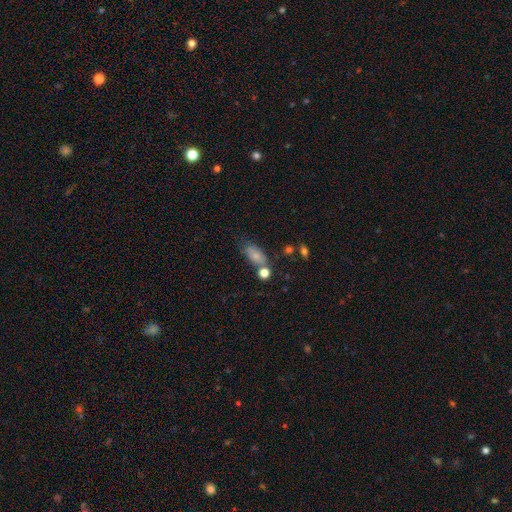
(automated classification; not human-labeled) This appears to be a smooth galaxy with no disk features (77%) that is in between round and cigar-shaped (85%). Merging: none (55%).